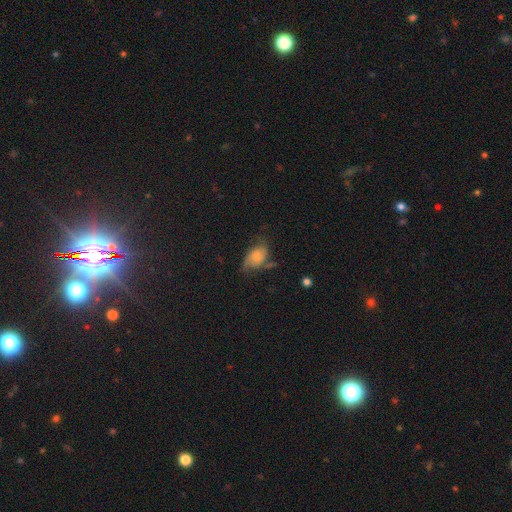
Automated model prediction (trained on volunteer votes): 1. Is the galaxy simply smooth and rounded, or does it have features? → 58% smooth, 33% featured or disk, 9% star or artifact.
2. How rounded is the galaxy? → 85% in between, 13% round, 2% cigar-shaped.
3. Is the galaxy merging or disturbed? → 43% none, 34% minor disturbance, 18% major disturbance, 5% merger.